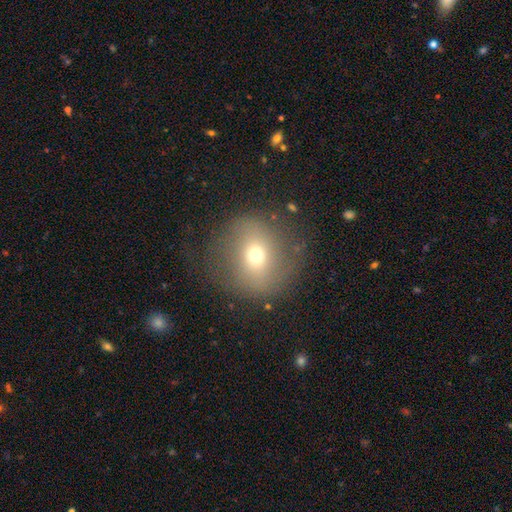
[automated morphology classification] A smooth galaxy with no disk features (54%) that is round (88%).

Vote fractions:
- Smooth or featured? smooth: 54% / featured or disk: 31% / star or artifact: 15%
- How rounded? round: 88% / in between: 11% / cigar-shaped: 1%
- Merging? none: 75% / minor disturbance: 14% / major disturbance: 9% / merger: 2%